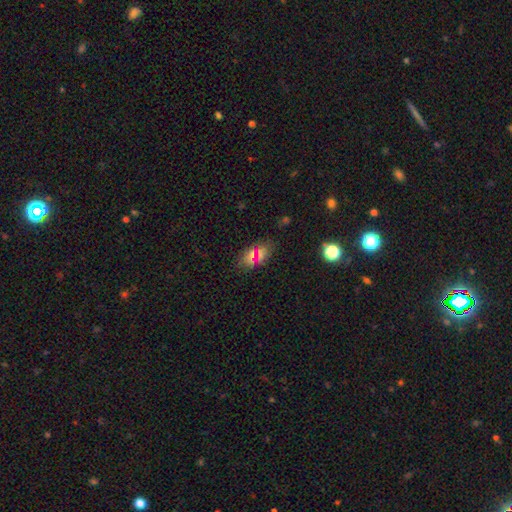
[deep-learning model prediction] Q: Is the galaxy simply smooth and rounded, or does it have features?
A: smooth — 61%.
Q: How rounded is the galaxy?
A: in between — 84%.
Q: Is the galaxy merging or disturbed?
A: none — 81%.